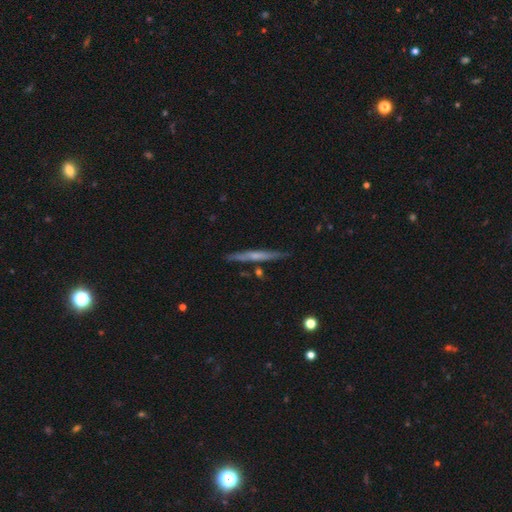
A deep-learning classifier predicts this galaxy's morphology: Smooth or featured: featured or disk — 52% (smooth — 42%)
Edge-on disk: yes — 95% (no — 5%)
Merging: none — 86% (minor disturbance — 10%)